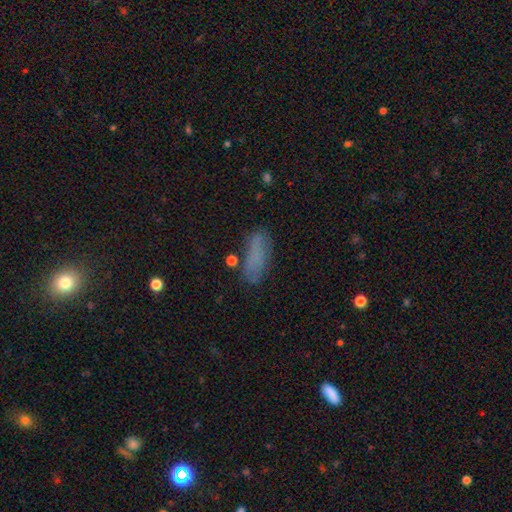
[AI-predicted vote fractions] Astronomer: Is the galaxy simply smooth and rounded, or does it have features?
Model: smooth — 74%.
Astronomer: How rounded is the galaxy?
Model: in between — 63%.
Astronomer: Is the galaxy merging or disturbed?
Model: none — 70%.